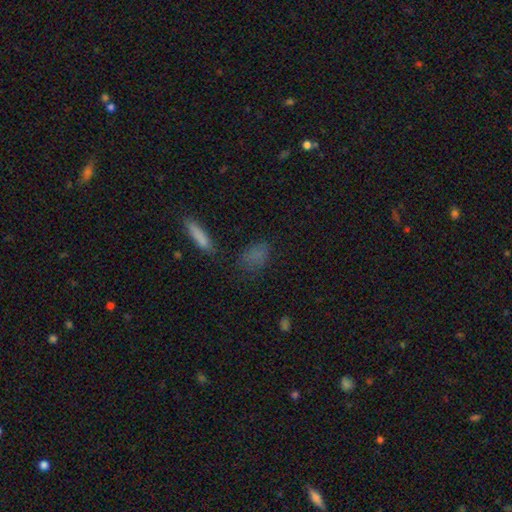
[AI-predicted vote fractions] Smooth or featured? smooth (74%)
How rounded? in between (72%)
Merging? none (68%)